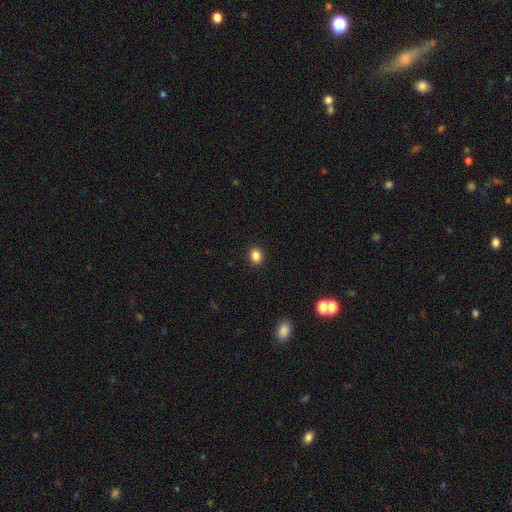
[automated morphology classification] smooth_or_featured: smooth (p=0.85) [alt: star or artifact p=0.11]
how_rounded: round (p=0.54) [alt: in between p=0.45]
merging: none (p=0.91) [alt: minor disturbance p=0.06]